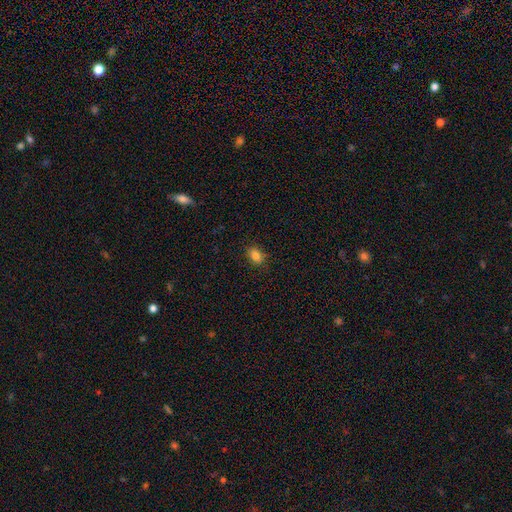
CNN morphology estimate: A smooth galaxy with no disk features (84%) that is in between round and cigar-shaped (77%).

Vote fractions:
- Smooth or featured? smooth: 84% / star or artifact: 11% / featured or disk: 5%
- How rounded? in between: 77% / round: 21% / cigar-shaped: 2%
- Merging? none: 85% / minor disturbance: 11% / major disturbance: 2% / merger: 1%